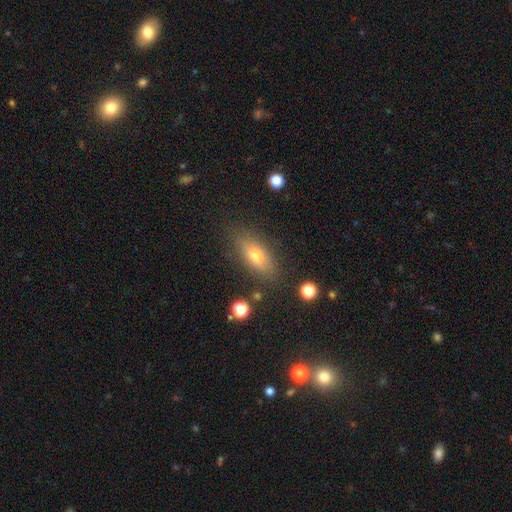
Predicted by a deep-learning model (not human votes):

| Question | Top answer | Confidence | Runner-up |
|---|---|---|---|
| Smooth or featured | smooth | 64% | featured or disk (26%) |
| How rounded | in between | 73% | cigar-shaped (22%) |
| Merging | none | 82% | minor disturbance (12%) |